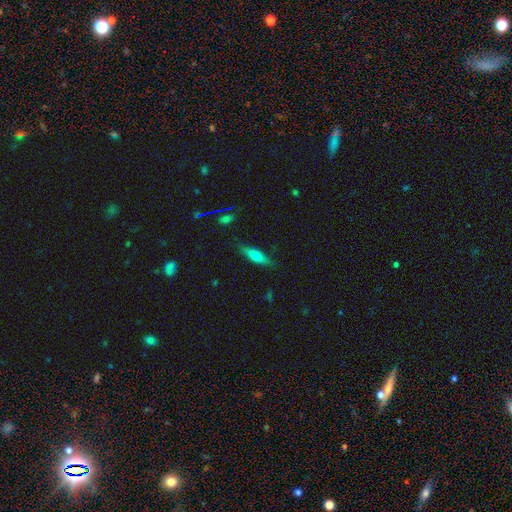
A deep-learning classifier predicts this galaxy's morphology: type=smooth (60%); roundness=cigar-shaped (60%); merging=none (81%).